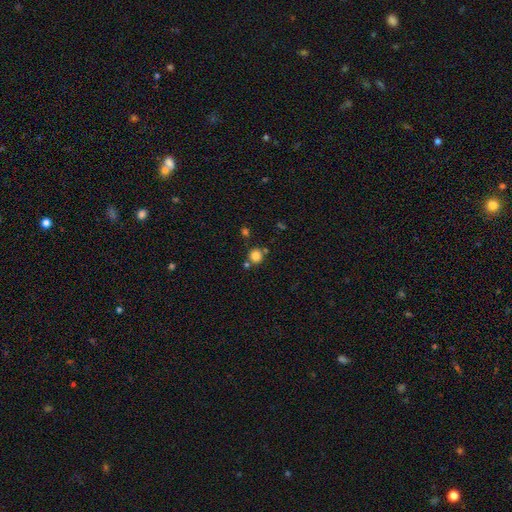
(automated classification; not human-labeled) smooth 83%, star or artifact 12%, featured or disk 5%. Down the decision tree: how rounded — round (91%); merging — none (76%).